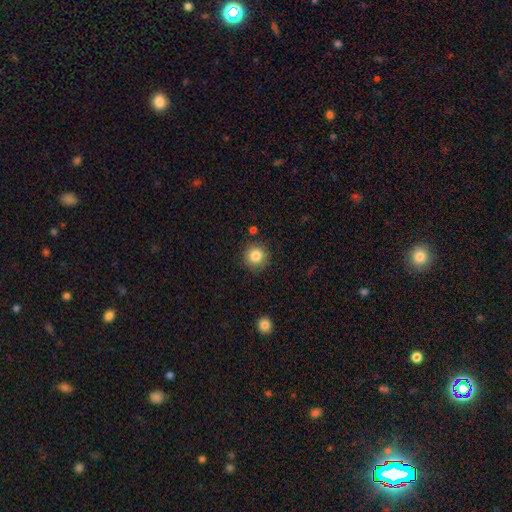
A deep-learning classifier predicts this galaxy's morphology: The model was most divided on "smooth or featured": smooth: 84%, star or artifact: 10%, featured or disk: 6%. More confident: how rounded — round (94%); merging — none (88%).